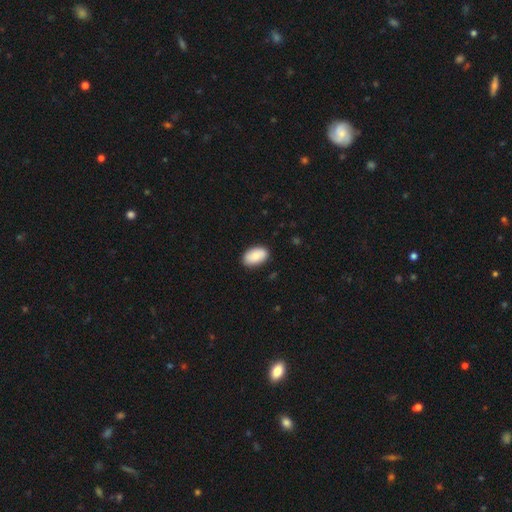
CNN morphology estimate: smooth-or-featured: smooth: 88% | featured or disk: 6% | star or artifact: 6%
  how-rounded: in between: 94% | round: 5% | cigar-shaped: 1%
  merging: none: 87% | minor disturbance: 10% | major disturbance: 2% | merger: 1%